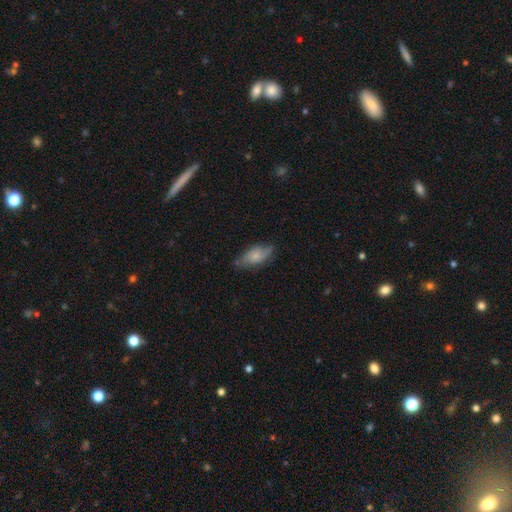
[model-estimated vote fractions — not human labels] smooth-or-featured: smooth: 60% | featured or disk: 33% | star or artifact: 7%
  how-rounded: in between: 88% | cigar-shaped: 9% | round: 4%
  merging: none: 67% | minor disturbance: 26% | major disturbance: 6% | merger: 2%